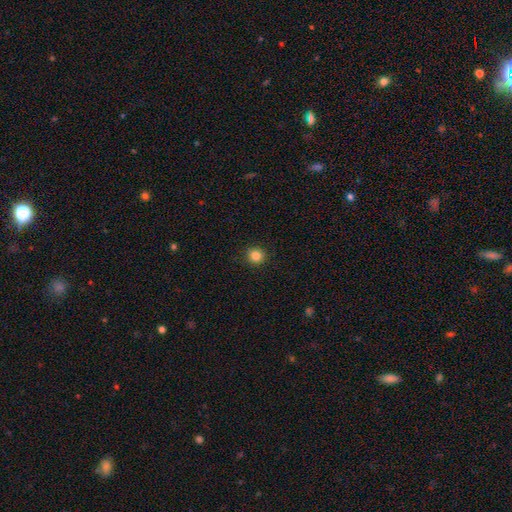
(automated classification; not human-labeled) Smooth or featured?
  - smooth: 84% *
  - star or artifact: 11%
  - featured or disk: 5%
How rounded?
  - round: 92% *
  - in between: 7%
  - cigar-shaped: 1%
Merging?
  - none: 92% *
  - minor disturbance: 5%
  - major disturbance: 2%
  - merger: 1%